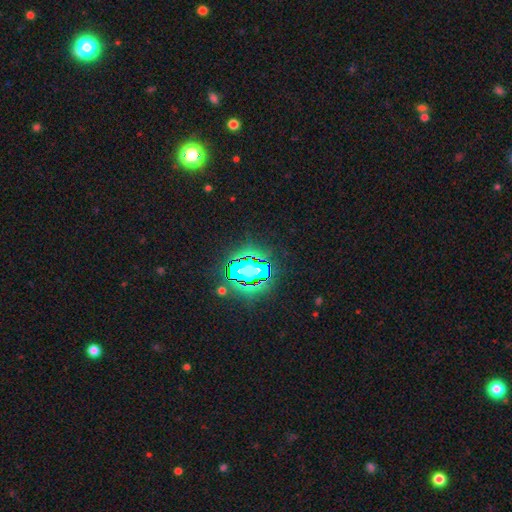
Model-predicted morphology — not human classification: type=star or artifact (82%).